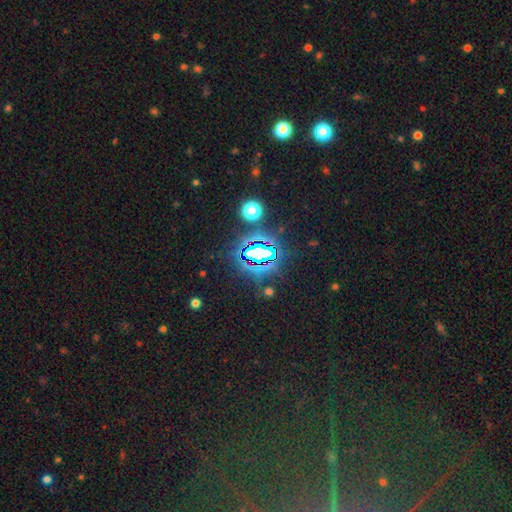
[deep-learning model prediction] Smooth or featured? Predicted: star or artifact (p=0.75).